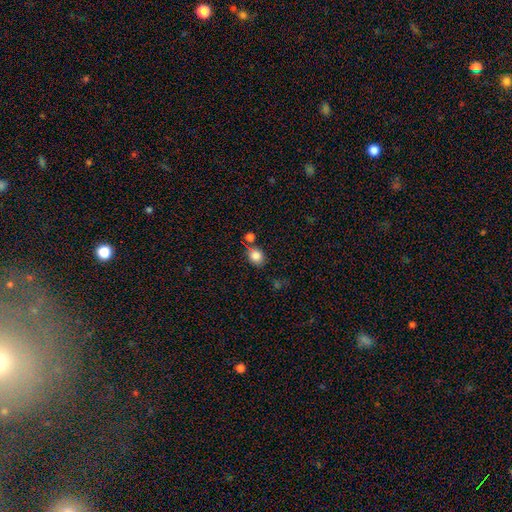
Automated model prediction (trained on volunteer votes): The model was most divided on "how rounded": round: 55%, in between: 44%, cigar-shaped: 1%. More confident: smooth or featured — smooth (83%); merging — none (68%).